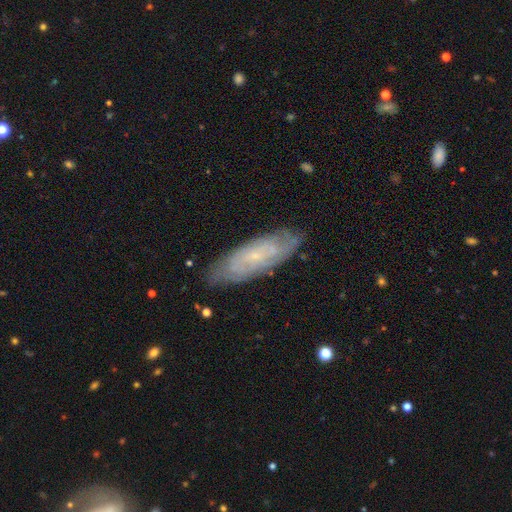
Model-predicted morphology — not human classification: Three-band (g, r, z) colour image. It shows a featured or disk galaxy (64%) with no bar (72%), spiral arms (82%) and a small central bulge (81%). Merging: none (80%).